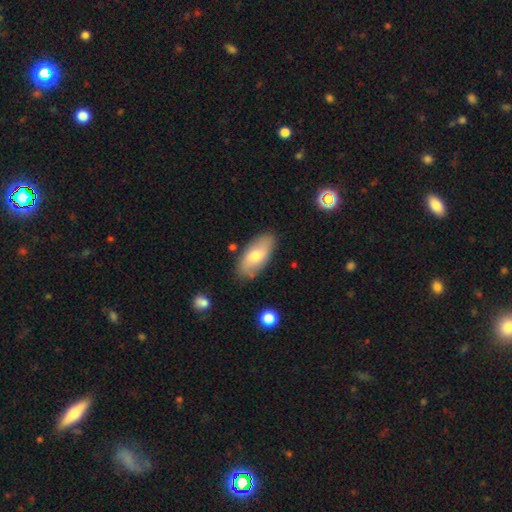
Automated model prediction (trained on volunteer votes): A smooth galaxy with no disk features (64%) that is in between round and cigar-shaped (90%). Merging: none (81%).